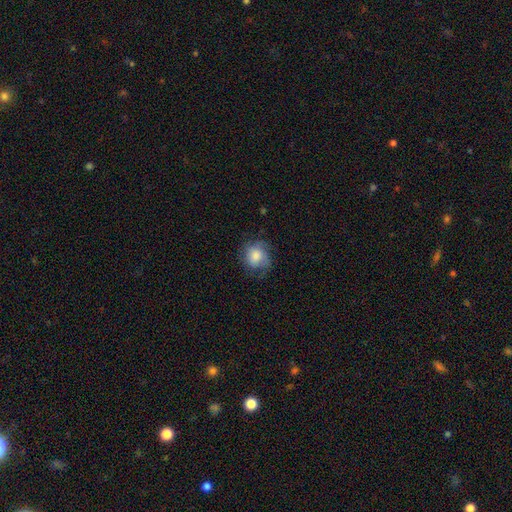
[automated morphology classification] smooth-or-featured: smooth: 71% | featured or disk: 21% | star or artifact: 8%
  how-rounded: round: 72% | in between: 27% | cigar-shaped: 1%
  merging: none: 60% | minor disturbance: 26% | major disturbance: 14% | merger: 1%